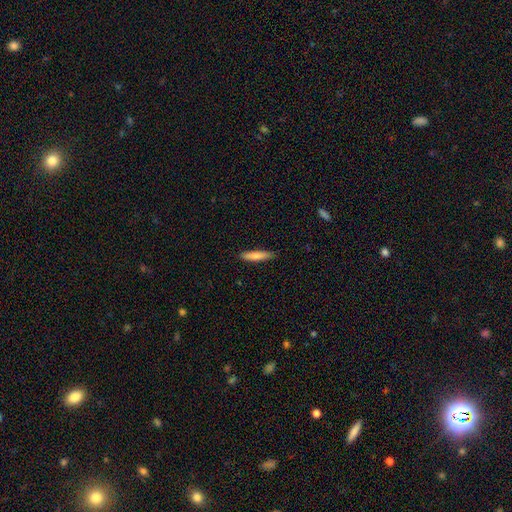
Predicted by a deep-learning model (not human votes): smooth 79%, featured or disk 16%, star or artifact 6%. Down the decision tree: how rounded — cigar-shaped (87%); merging — none (89%).